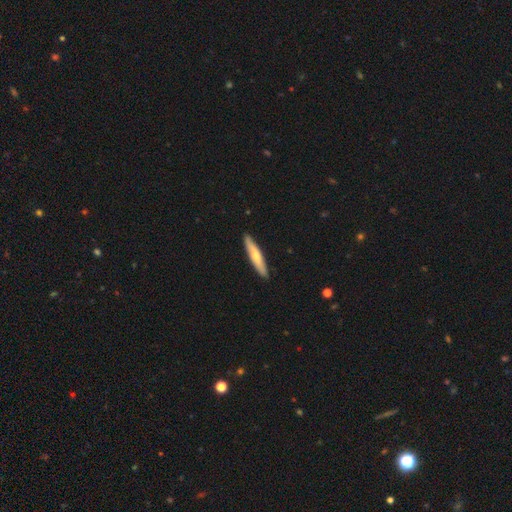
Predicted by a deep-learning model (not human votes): Overall: smooth (56%; featured or disk 39%). How rounded: cigar-shaped (88%). Merging: none (90%).